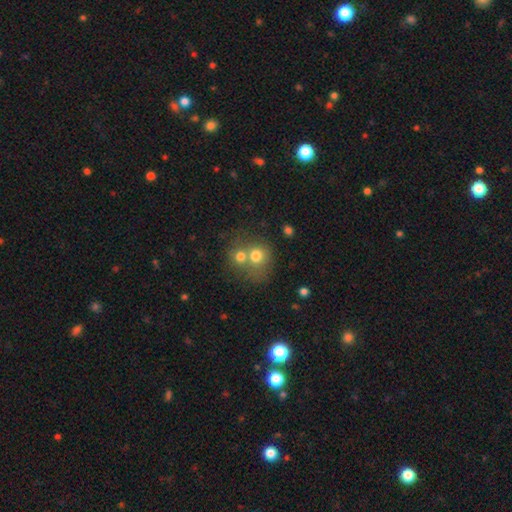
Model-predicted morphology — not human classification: A smooth galaxy with no disk features (72%) that is round (77%).

Vote fractions:
- Smooth or featured? smooth: 72% / featured or disk: 16% / star or artifact: 12%
- How rounded? round: 77% / in between: 22% / cigar-shaped: 1%
- Merging? merger: 56% / none: 32% / minor disturbance: 7% / major disturbance: 4%